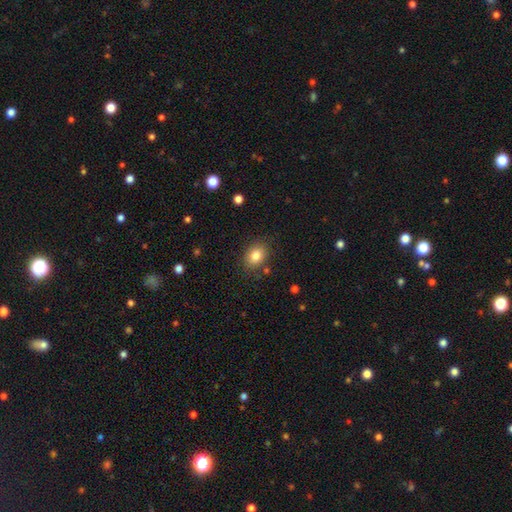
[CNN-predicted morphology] smooth-or-featured: smooth: 82% | star or artifact: 10% | featured or disk: 8%
  how-rounded: in between: 58% | round: 41% | cigar-shaped: 1%
  merging: none: 82% | minor disturbance: 12% | major disturbance: 3% | merger: 3%